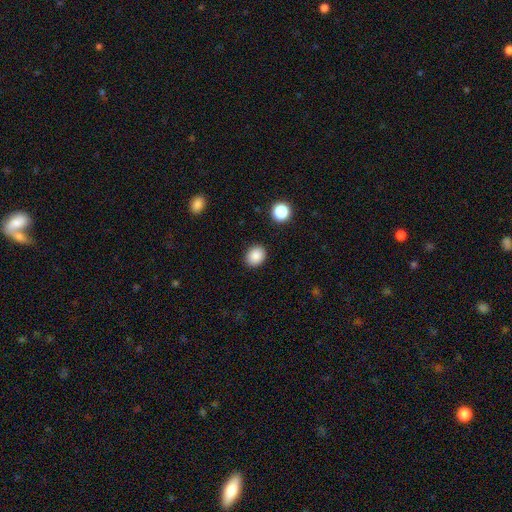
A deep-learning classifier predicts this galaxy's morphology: smooth_or_featured: smooth (p=0.87) [alt: star or artifact p=0.09]
how_rounded: round (p=0.56) [alt: in between p=0.43]
merging: none (p=0.89) [alt: minor disturbance p=0.07]